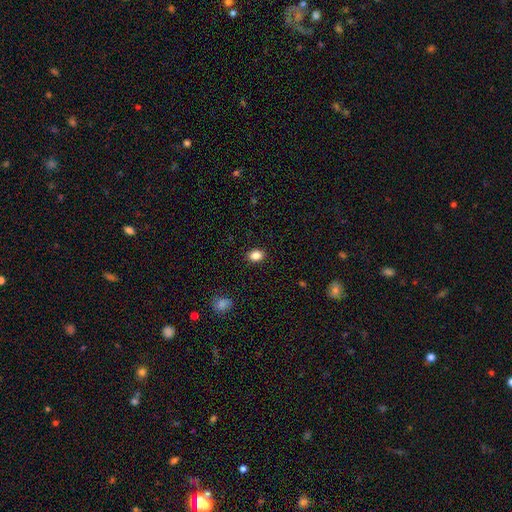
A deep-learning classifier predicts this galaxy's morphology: A smooth galaxy with no disk features (86%) that is in between round and cigar-shaped (70%).

Vote fractions:
- Smooth or featured? smooth: 86% / star or artifact: 10% / featured or disk: 5%
- How rounded? in between: 70% / round: 29% / cigar-shaped: 1%
- Merging? none: 89% / minor disturbance: 8% / major disturbance: 2% / merger: 1%